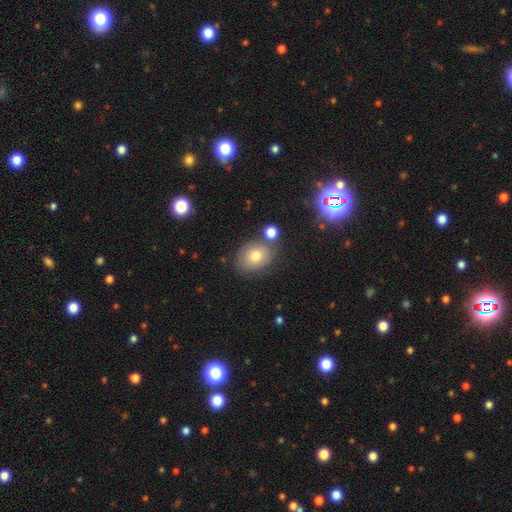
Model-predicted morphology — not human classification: Smooth or featured: smooth — 75% (featured or disk — 15%)
How rounded: in between — 60% (round — 38%)
Merging: none — 68% (minor disturbance — 15%)